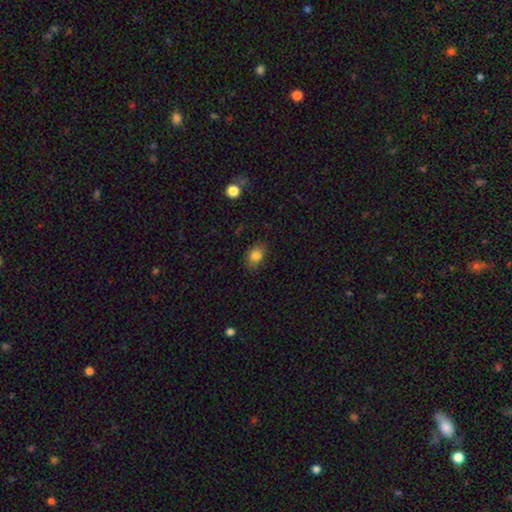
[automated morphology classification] Overall: smooth (82%). How rounded: in between (74%). Merging: none (79%).